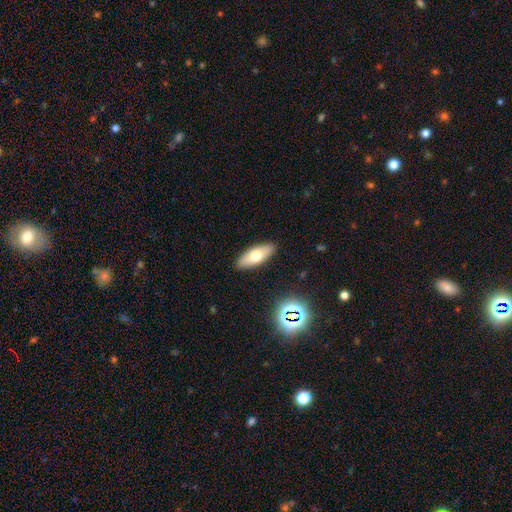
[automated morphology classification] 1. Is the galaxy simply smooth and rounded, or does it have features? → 66% smooth, 27% featured or disk, 8% star or artifact.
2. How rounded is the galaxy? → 74% in between, 24% cigar-shaped, 3% round.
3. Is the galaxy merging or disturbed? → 90% none, 7% minor disturbance, 2% major disturbance, 1% merger.